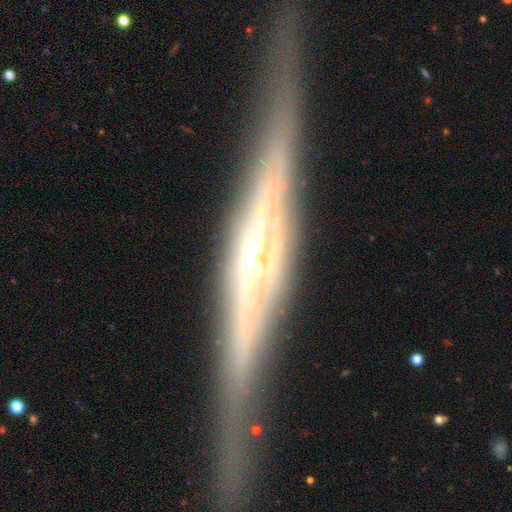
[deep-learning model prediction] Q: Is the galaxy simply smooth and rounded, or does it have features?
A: featured or disk — 87%.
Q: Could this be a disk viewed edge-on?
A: yes — 96%.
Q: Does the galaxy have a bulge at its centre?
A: rounded — 55%.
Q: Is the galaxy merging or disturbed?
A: none — 85%.